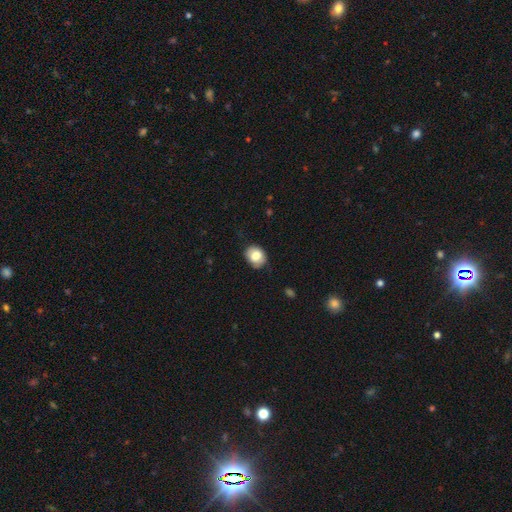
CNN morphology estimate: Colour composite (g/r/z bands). It shows a smooth galaxy with no disk features (78%) that is round (54%). Merging: none (76%).